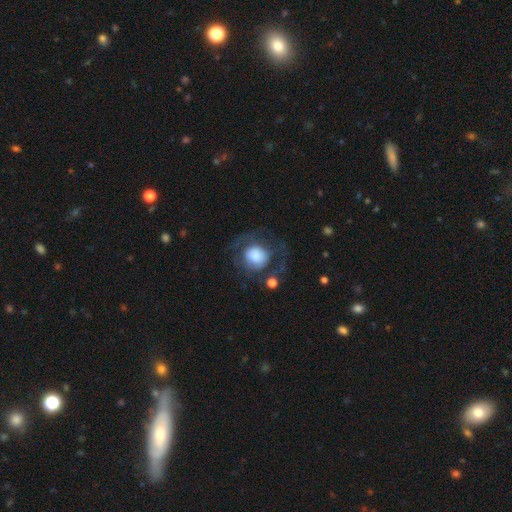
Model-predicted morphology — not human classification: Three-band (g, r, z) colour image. It shows a smooth galaxy with no disk features (59%) that is round (83%). Merging: none (46%).